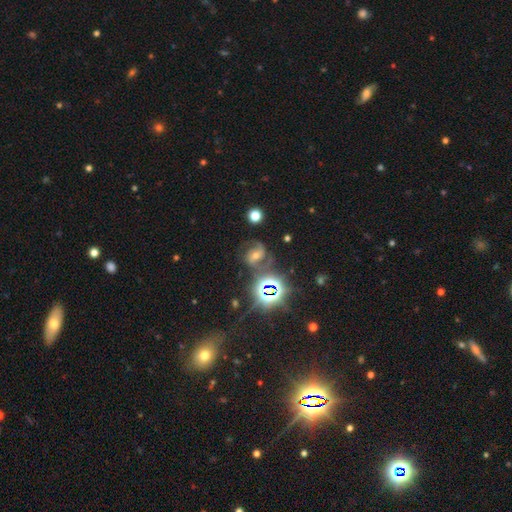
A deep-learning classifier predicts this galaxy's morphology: A featured or disk galaxy (56%) with no bar (43%), spiral arms (92%) and a moderate central bulge (62%). Merging: none (64%).